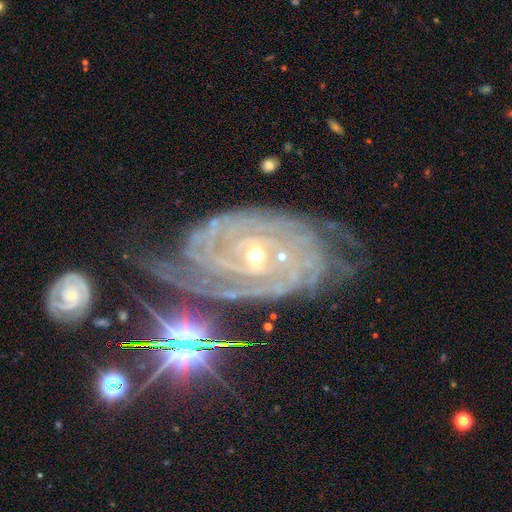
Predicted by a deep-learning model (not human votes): Overall: featured or disk (89%). Edge-on disk: no (96%). Bar: weak (39%; no 38%). Spiral arms: yes (97%). Spiral arm count: 2 (24%, tied with can't tell). Spiral winding: tight (73%). Bulge size: small (61%; moderate 35%). Merging: none (49%; minor disturbance 24%).